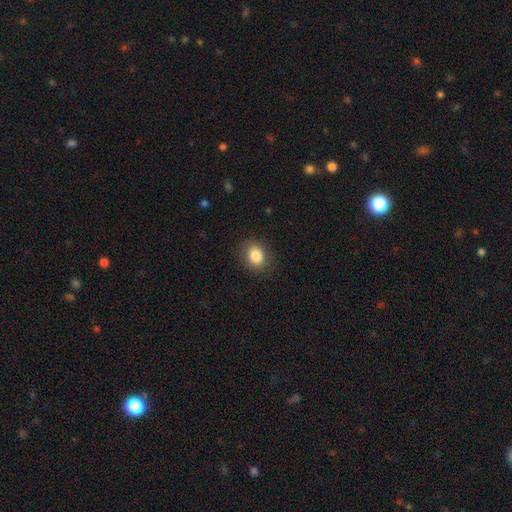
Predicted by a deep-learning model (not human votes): The model was most divided on "how rounded": round: 55%, in between: 44%, cigar-shaped: 1%. More confident: merging — none (87%); smooth or featured — smooth (85%).